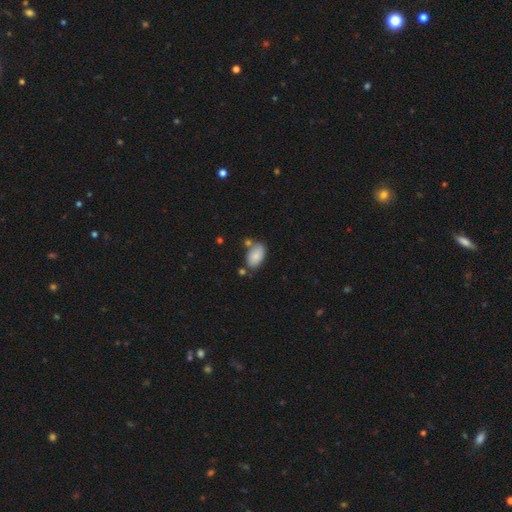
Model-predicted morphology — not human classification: The model was most divided on "merging": none: 64%, minor disturbance: 19%, merger: 13%, major disturbance: 4%. More confident: how rounded — in between (94%); smooth or featured — smooth (84%).